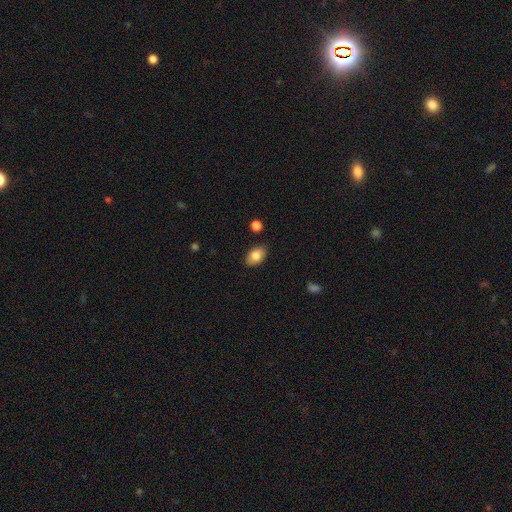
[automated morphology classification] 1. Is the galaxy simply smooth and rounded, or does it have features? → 81% smooth, 11% featured or disk, 7% star or artifact.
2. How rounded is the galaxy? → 89% in between, 10% round, 1% cigar-shaped.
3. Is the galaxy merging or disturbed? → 85% none, 11% minor disturbance, 2% major disturbance, 2% merger.